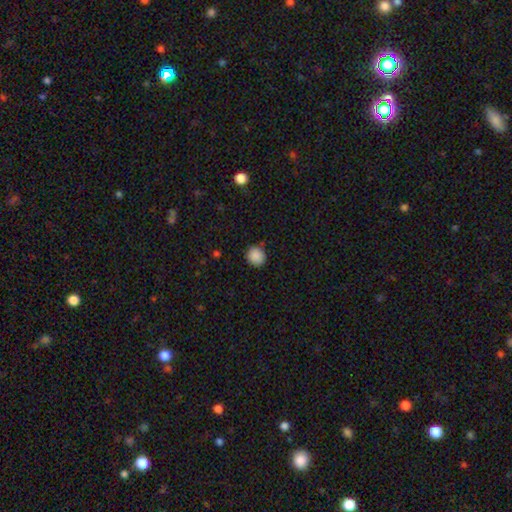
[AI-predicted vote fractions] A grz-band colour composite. It shows a smooth galaxy with no disk features (88%) that is round (85%). Merging: none (87%).